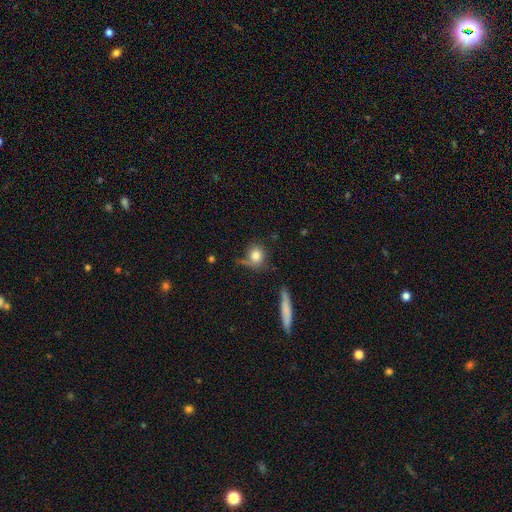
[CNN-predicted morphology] type=smooth (79%); roundness=round (83%); merging=none (62%).